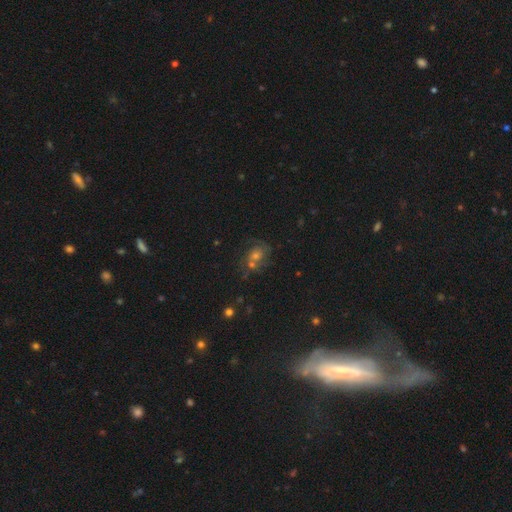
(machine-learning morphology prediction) Q: Smooth or featured?
A: featured or disk (41%); runner-up: smooth (32%)
Q: Merging?
A: none (49%); runner-up: merger (23%)